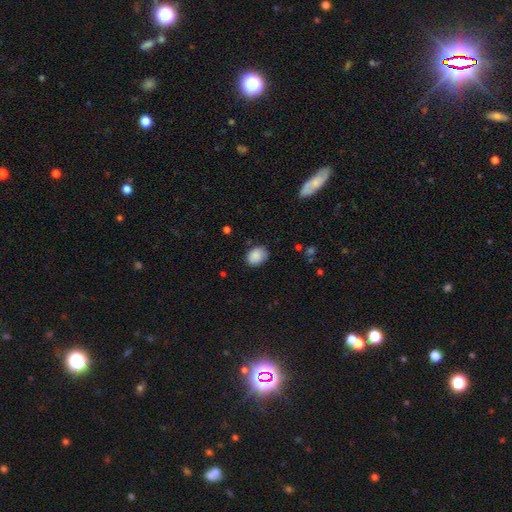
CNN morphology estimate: Smooth or featured?
  - smooth: 88% *
  - star or artifact: 7%
  - featured or disk: 5%
How rounded?
  - in between: 62% *
  - round: 37%
  - cigar-shaped: 1%
Merging?
  - none: 78% *
  - minor disturbance: 17%
  - major disturbance: 3%
  - merger: 1%